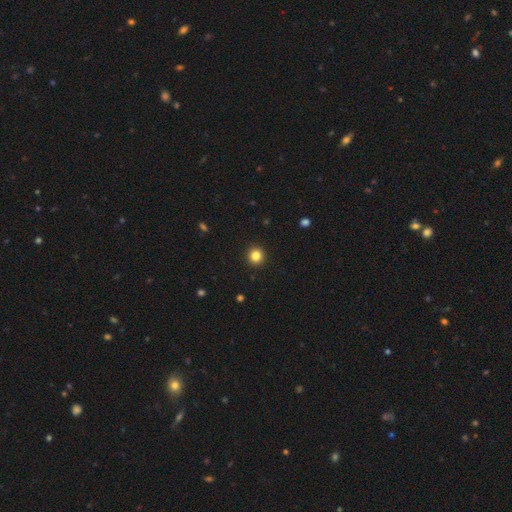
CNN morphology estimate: smooth 84%, star or artifact 12%, featured or disk 5%. Down the decision tree: how rounded — round (92%); merging — none (93%).